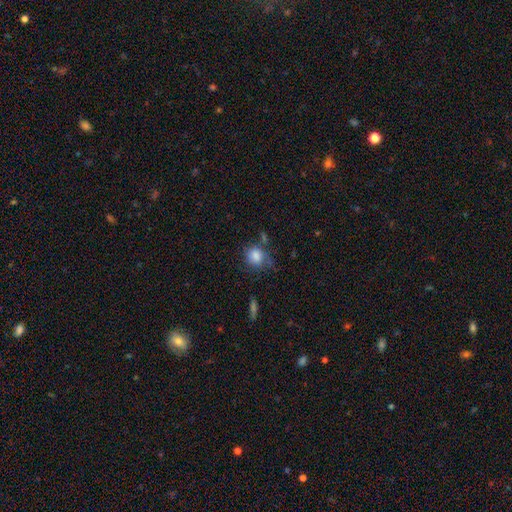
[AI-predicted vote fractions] Smooth or featured? smooth (82%)
How rounded? round (66%)
Merging? none (53%)